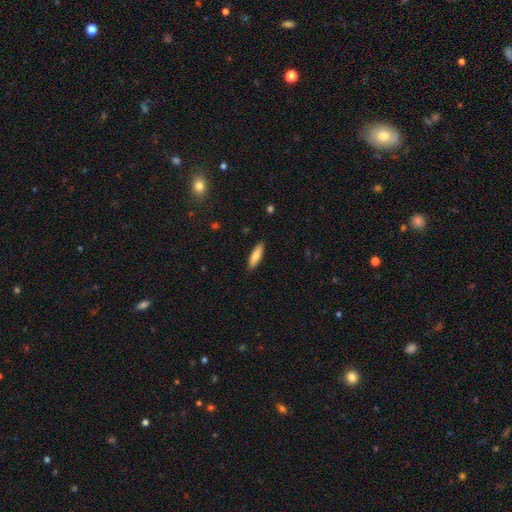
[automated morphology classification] The model was most divided on "how rounded": cigar-shaped: 61%, in between: 38%, round: 2%. More confident: merging — none (89%); smooth or featured — smooth (77%).